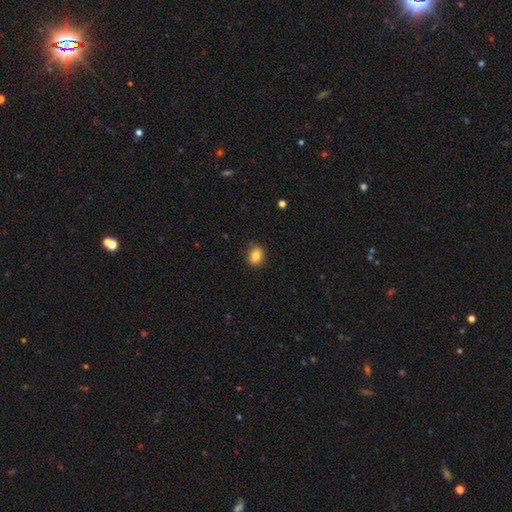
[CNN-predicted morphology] A smooth galaxy with no disk features (84%) that is round (53%).

Vote fractions:
- Smooth or featured? smooth: 84% / star or artifact: 9% / featured or disk: 7%
- How rounded? round: 53% / in between: 46% / cigar-shaped: 1%
- Merging? none: 88% / minor disturbance: 9% / major disturbance: 2% / merger: 1%